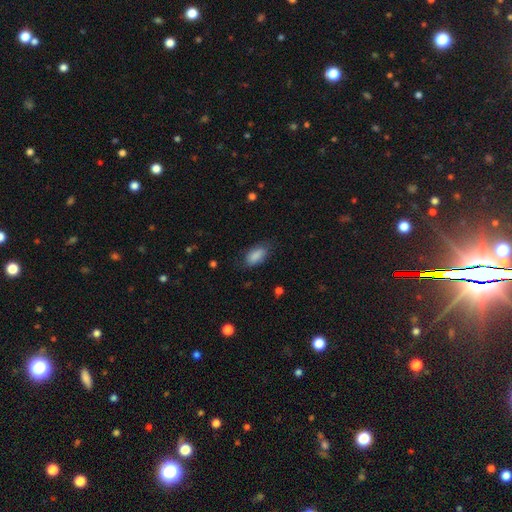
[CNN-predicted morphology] smooth 87%, star or artifact 7%, featured or disk 6%. Down the decision tree: how rounded — in between (90%); merging — none (74%).